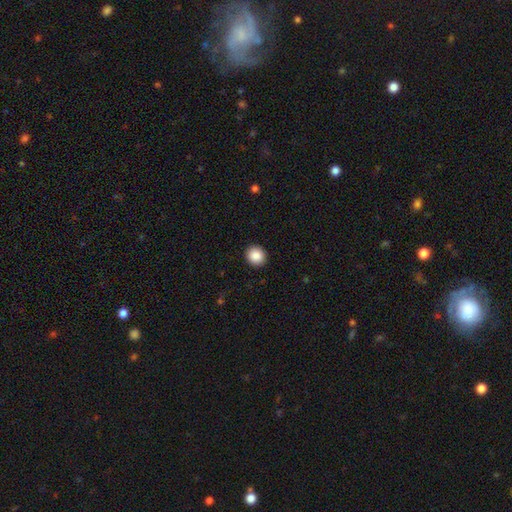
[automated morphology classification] smooth-or-featured: smooth: 88% | star or artifact: 8% | featured or disk: 3%
  how-rounded: round: 88% | in between: 12% | cigar-shaped: 1%
  merging: none: 92% | minor disturbance: 5% | major disturbance: 2% | merger: 1%